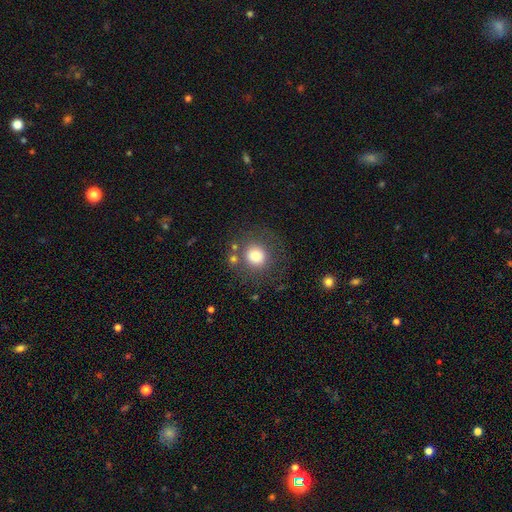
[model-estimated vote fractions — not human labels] Smooth or featured? Predicted: smooth (p=0.77). How rounded? Predicted: round (p=0.90). Merging? Predicted: none (p=0.76).